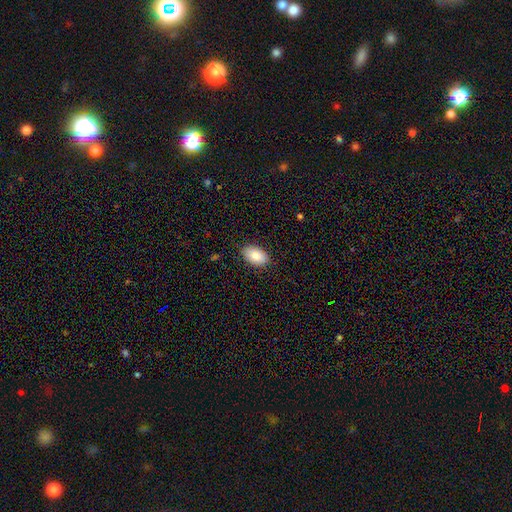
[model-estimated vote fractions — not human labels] Smooth or featured? smooth (85%)
How rounded? in between (92%)
Merging? none (87%)